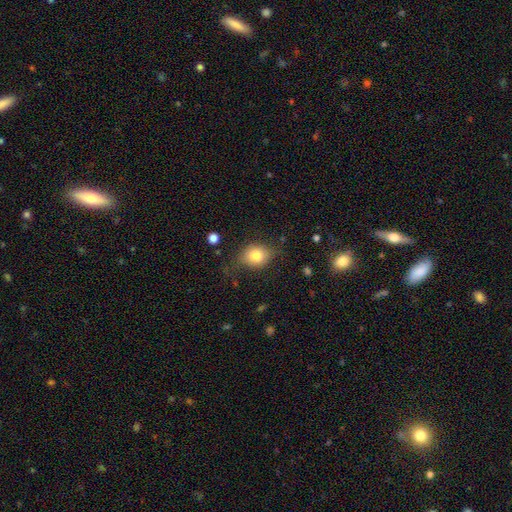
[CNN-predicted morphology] Smooth or featured? smooth (79%)
How rounded? round (54%)
Merging? none (68%)